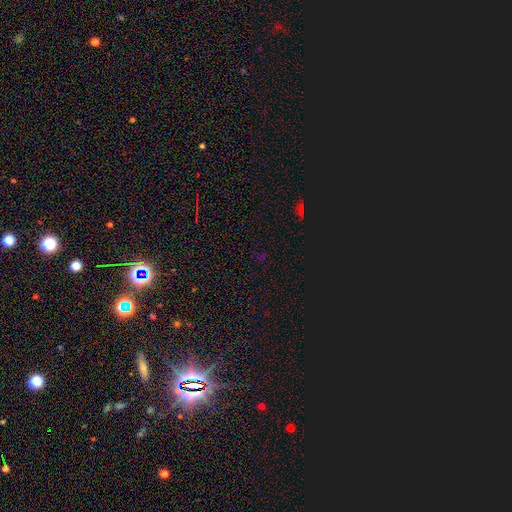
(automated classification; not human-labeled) Morphology: type=star or artifact (73%).